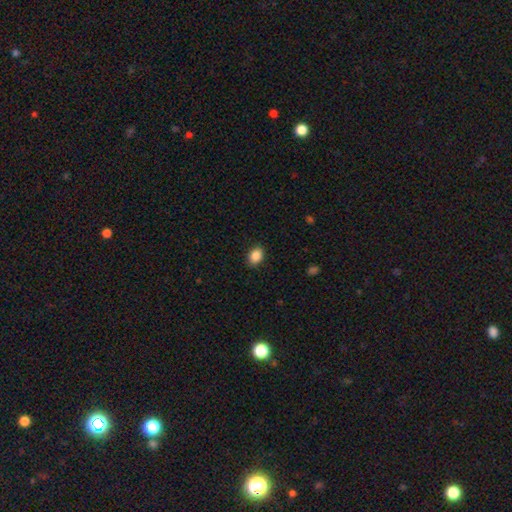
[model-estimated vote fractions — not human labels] Smooth or featured? Predicted: smooth (p=0.87). How rounded? Predicted: in between (p=0.68). Merging? Predicted: none (p=0.89).